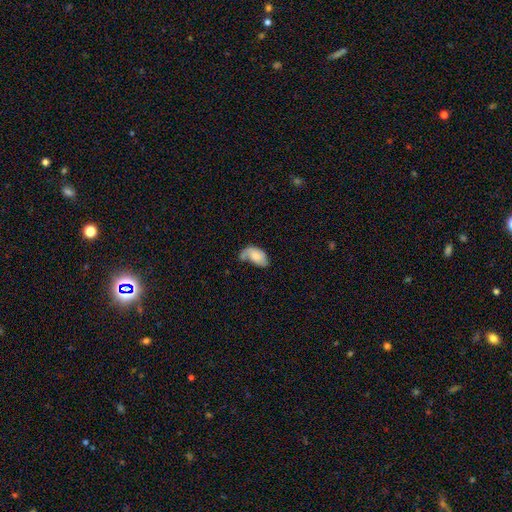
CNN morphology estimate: Q: Smooth or featured?
A: smooth (59%); runner-up: featured or disk (34%)
Q: How rounded?
A: in between (93%); runner-up: round (6%)
Q: Merging?
A: none (33%); runner-up: minor disturbance (29%)